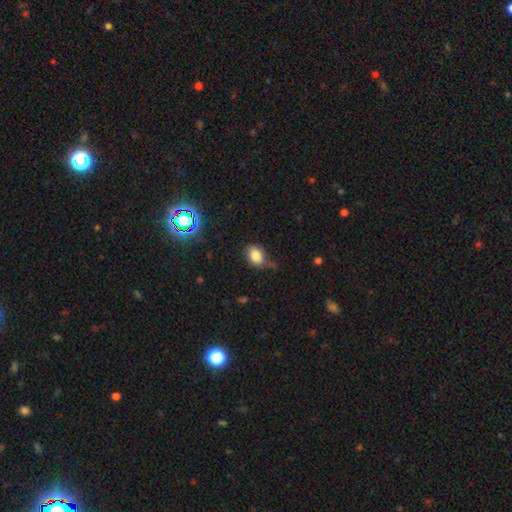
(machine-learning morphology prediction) Q: Smooth or featured?
A: smooth (82%); runner-up: star or artifact (11%)
Q: How rounded?
A: in between (72%); runner-up: round (26%)
Q: Merging?
A: none (67%); runner-up: minor disturbance (22%)